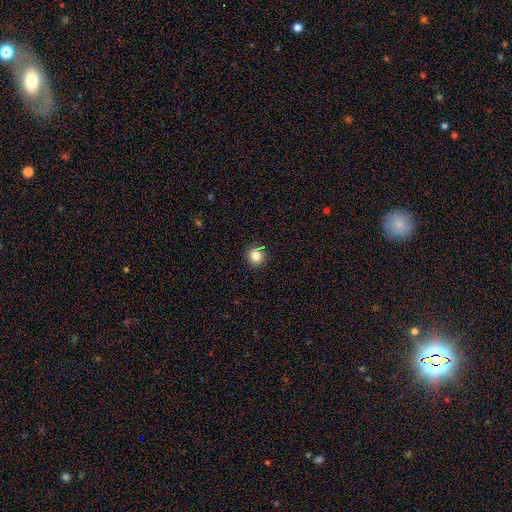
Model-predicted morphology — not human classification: Smooth or featured?
  - smooth: 81% *
  - star or artifact: 13%
  - featured or disk: 6%
How rounded?
  - round: 89% *
  - in between: 10%
  - cigar-shaped: 1%
Merging?
  - none: 85% *
  - minor disturbance: 11%
  - major disturbance: 3%
  - merger: 2%